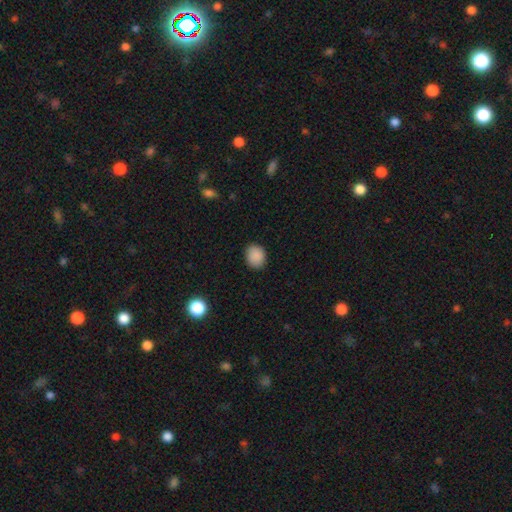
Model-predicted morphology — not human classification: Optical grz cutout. It shows a smooth galaxy with no disk features (88%) that is round (54%). Merging: none (87%).